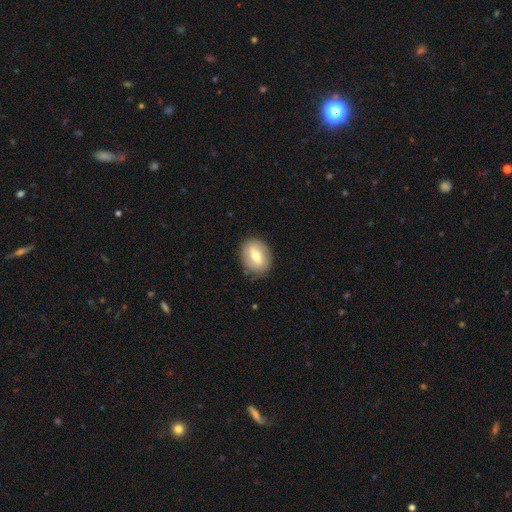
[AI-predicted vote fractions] A smooth galaxy with no disk features (59%) that is in between round and cigar-shaped (68%). Merging: none (84%).